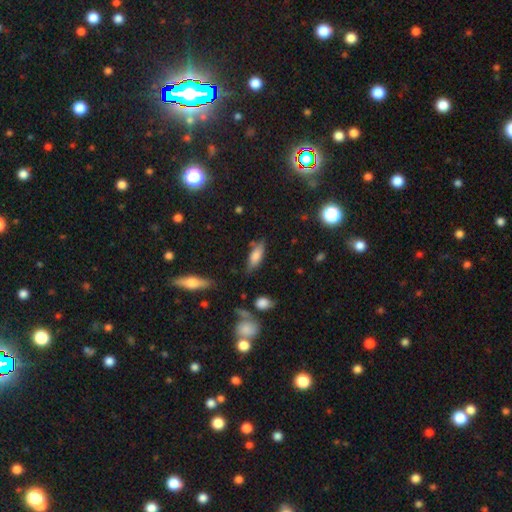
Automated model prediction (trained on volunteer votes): smooth 72%, featured or disk 20%, star or artifact 8%. Down the decision tree: how rounded — in between (64%); merging — none (71%).